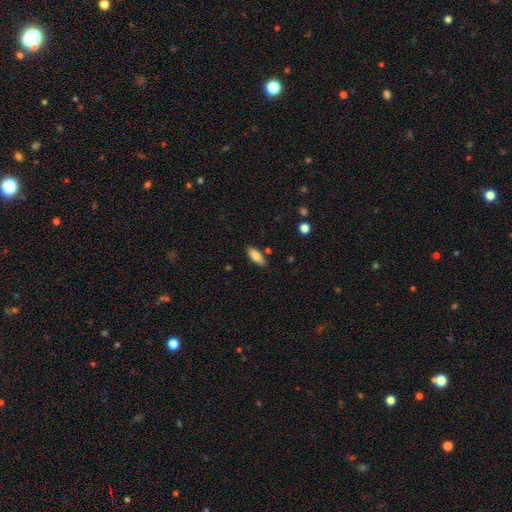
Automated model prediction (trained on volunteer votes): A smooth galaxy with no disk features (80%) that is in between round and cigar-shaped (80%). Merging: none (82%).